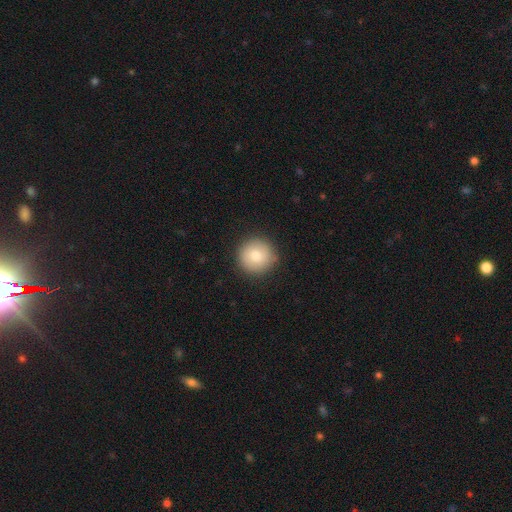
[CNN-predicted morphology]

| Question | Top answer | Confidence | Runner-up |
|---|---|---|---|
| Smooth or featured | smooth | 79% | featured or disk (13%) |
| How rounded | round | 95% | in between (4%) |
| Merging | none | 88% | minor disturbance (8%) |